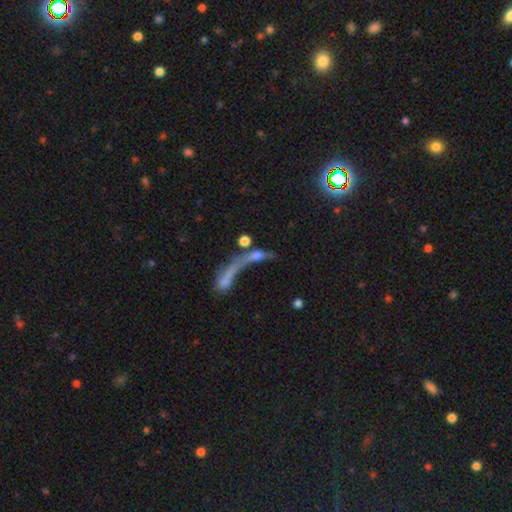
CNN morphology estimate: Smooth or featured? Predicted: smooth (p=0.43). Merging? Predicted: merger (p=0.37).